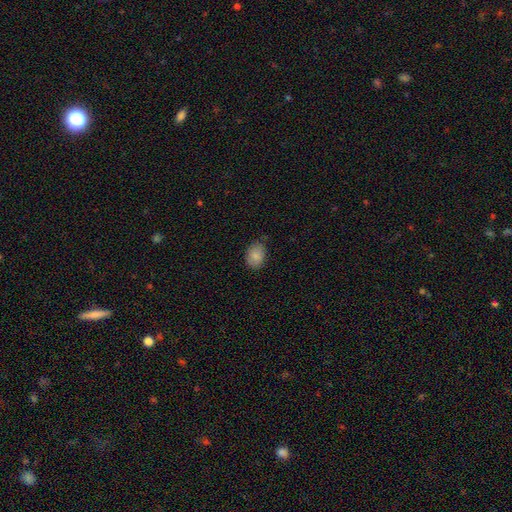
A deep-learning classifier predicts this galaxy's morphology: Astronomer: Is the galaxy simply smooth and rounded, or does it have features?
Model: smooth — 86%.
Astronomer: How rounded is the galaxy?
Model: in between — 77%.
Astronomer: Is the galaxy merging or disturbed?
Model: none — 75%.